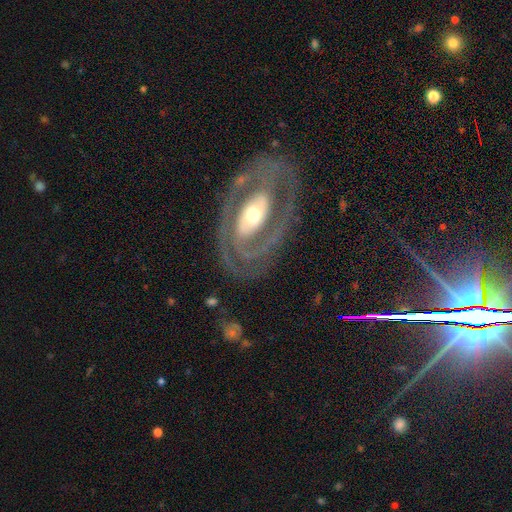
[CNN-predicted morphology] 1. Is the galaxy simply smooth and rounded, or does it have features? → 85% featured or disk, 9% smooth, 6% star or artifact.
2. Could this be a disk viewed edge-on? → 94% no, 6% yes.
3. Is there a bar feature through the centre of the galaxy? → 46% no, 28% strong, 26% weak.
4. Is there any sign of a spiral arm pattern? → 81% yes, 19% no.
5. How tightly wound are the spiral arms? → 62% tight, 29% medium, 9% loose.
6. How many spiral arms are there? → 63% 2, 18% can't tell, 7% 1, 6% 3, 3% 4, 3% more than 4.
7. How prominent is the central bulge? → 57% moderate, 29% small, 10% large, 2% dominant, 1% none.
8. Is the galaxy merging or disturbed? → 76% none, 14% minor disturbance, 8% major disturbance, 2% merger.